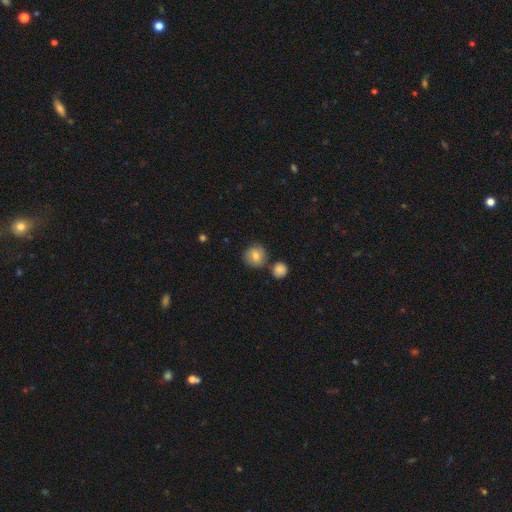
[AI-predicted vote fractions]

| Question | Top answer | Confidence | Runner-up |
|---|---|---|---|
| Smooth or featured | smooth | 77% | featured or disk (14%) |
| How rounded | round | 89% | in between (10%) |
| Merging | none | 77% | minor disturbance (10%) |